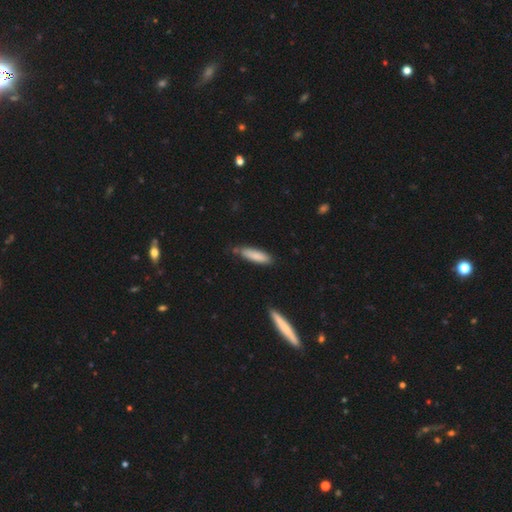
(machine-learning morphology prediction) smooth_or_featured: smooth (p=0.83) [alt: featured or disk p=0.11]
how_rounded: cigar-shaped (p=0.63) [alt: in between p=0.36]
merging: none (p=0.73) [alt: minor disturbance p=0.19]